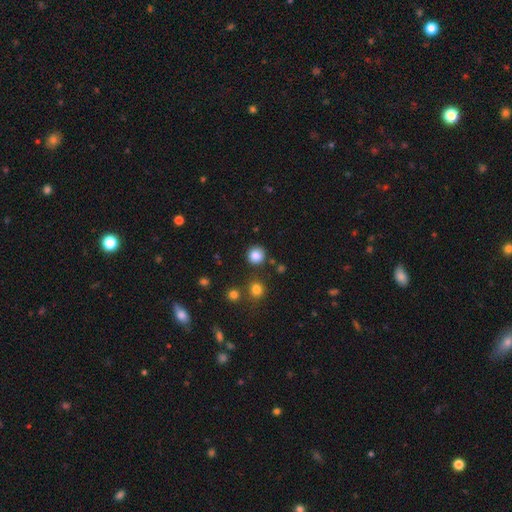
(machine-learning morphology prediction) A smooth galaxy with no disk features (85%) that is round (92%). Merging: none (86%).